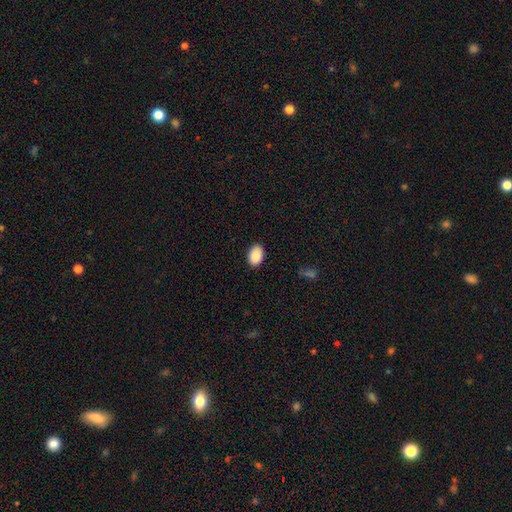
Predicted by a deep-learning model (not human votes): Overall: smooth (90%). How rounded: in between (88%). Merging: none (89%).